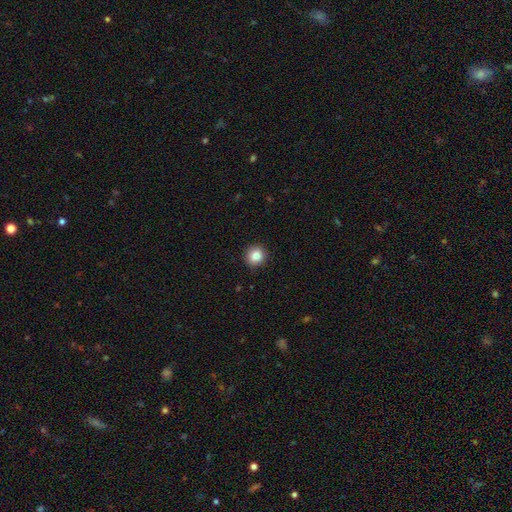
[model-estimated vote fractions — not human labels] Q: Smooth or featured?
A: smooth (85%); runner-up: star or artifact (10%)
Q: How rounded?
A: round (89%); runner-up: in between (10%)
Q: Merging?
A: none (91%); runner-up: minor disturbance (6%)